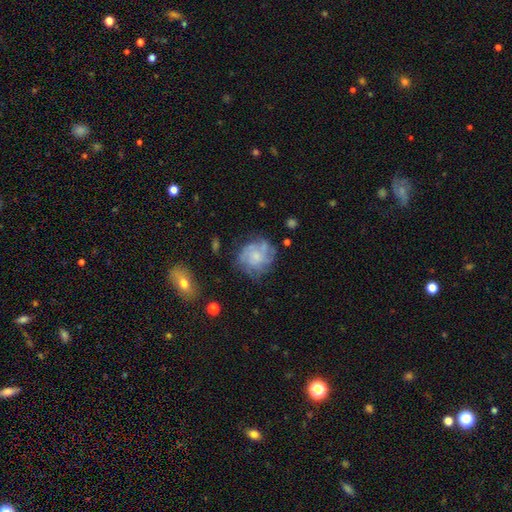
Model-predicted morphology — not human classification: Overall: featured or disk (61%; smooth 30%). Edge-on disk: no (98%). Bar: no (81%). Spiral arms: yes (74%). Bulge size: small (50%; moderate 29%). Merging: none (63%).